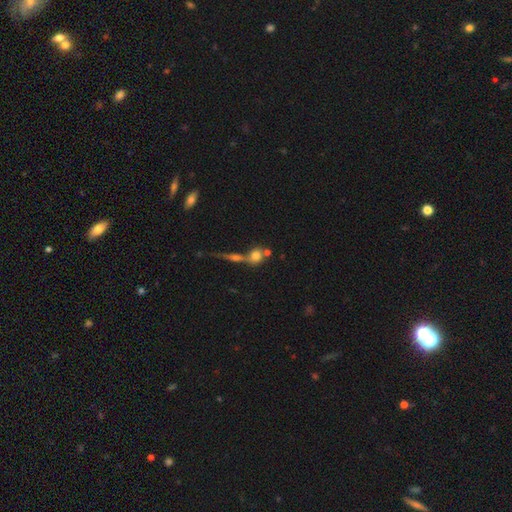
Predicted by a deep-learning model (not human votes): Smooth or featured? Predicted: smooth (p=0.68). How rounded? Predicted: round (p=0.78). Merging? Predicted: merger (p=0.46).